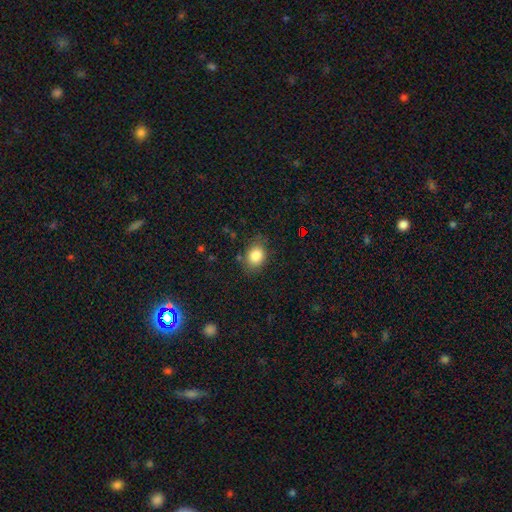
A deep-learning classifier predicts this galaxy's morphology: Smooth or featured: smooth — 83% (star or artifact — 10%)
How rounded: in between — 54% (round — 45%)
Merging: none — 77% (minor disturbance — 17%)